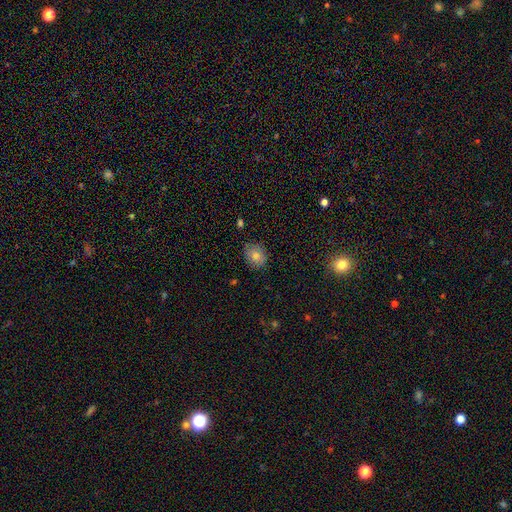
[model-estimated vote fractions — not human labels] smooth 75%, star or artifact 13%, featured or disk 12%. Down the decision tree: how rounded — round (60%); merging — none (85%).